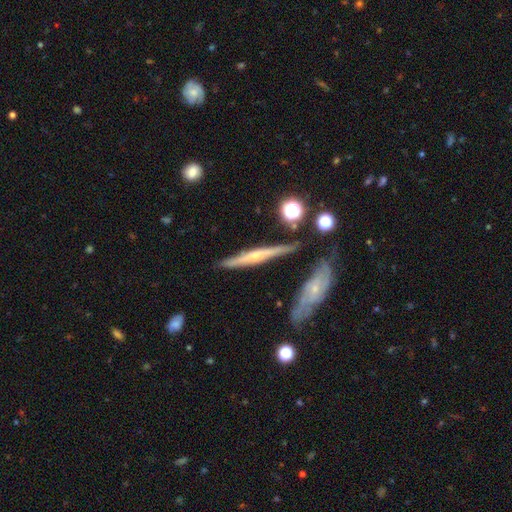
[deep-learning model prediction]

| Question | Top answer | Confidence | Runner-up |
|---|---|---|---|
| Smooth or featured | featured or disk | 74% | smooth (20%) |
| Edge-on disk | yes | 93% | no (7%) |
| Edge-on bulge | rounded | 73% | none (21%) |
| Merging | none | 78% | minor disturbance (13%) |